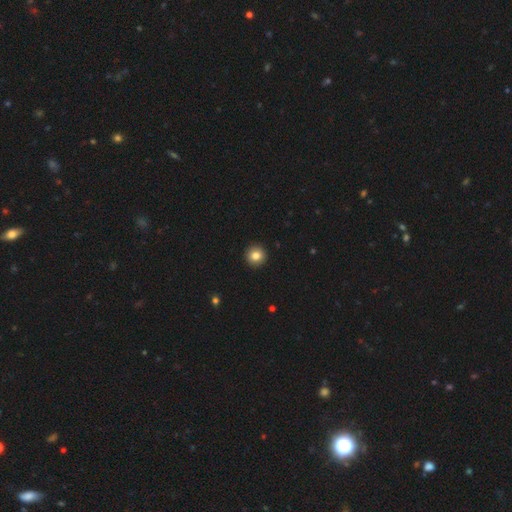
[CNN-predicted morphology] smooth-or-featured: smooth: 83% | star or artifact: 10% | featured or disk: 7%
  how-rounded: round: 95% | in between: 4% | cigar-shaped: 1%
  merging: none: 93% | minor disturbance: 4% | major disturbance: 1% | merger: 1%